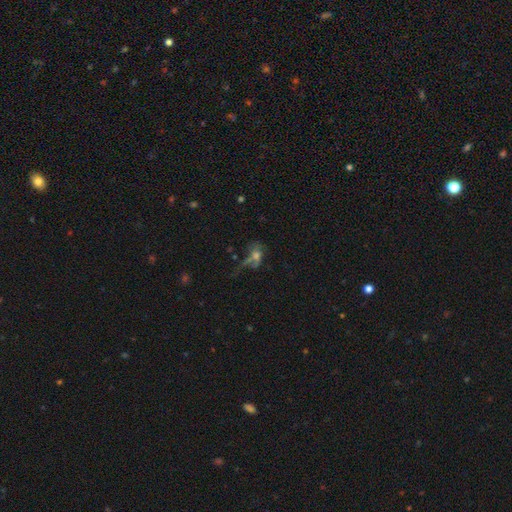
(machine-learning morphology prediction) Smooth or featured? smooth (40%)
Merging? major disturbance (43%)